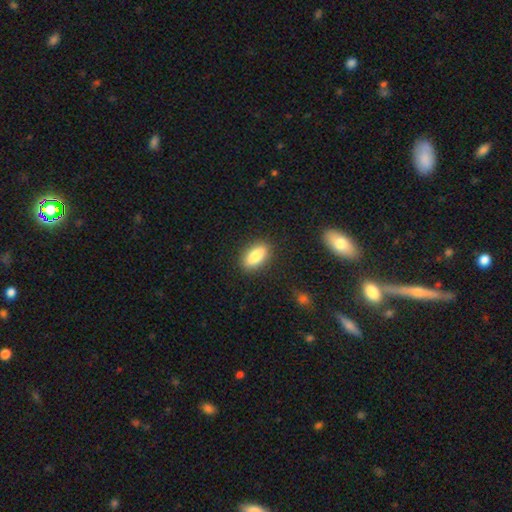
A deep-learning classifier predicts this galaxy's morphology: Smooth or featured: smooth — 80% (featured or disk — 12%)
How rounded: in between — 80% (cigar-shaped — 15%)
Merging: none — 86% (minor disturbance — 10%)